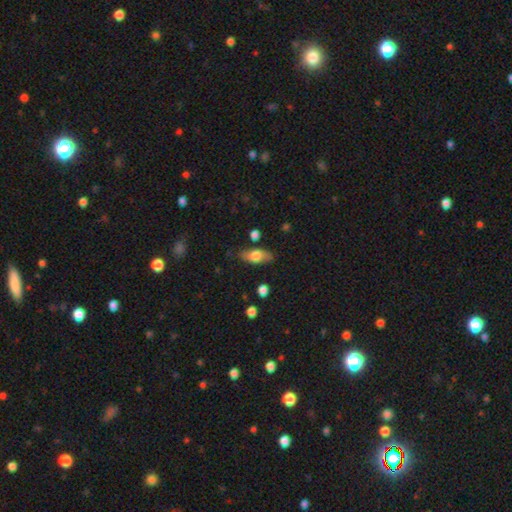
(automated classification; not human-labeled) This appears to be a smooth galaxy with no disk features (64%) that is in between round and cigar-shaped (78%). Merging: none (76%).